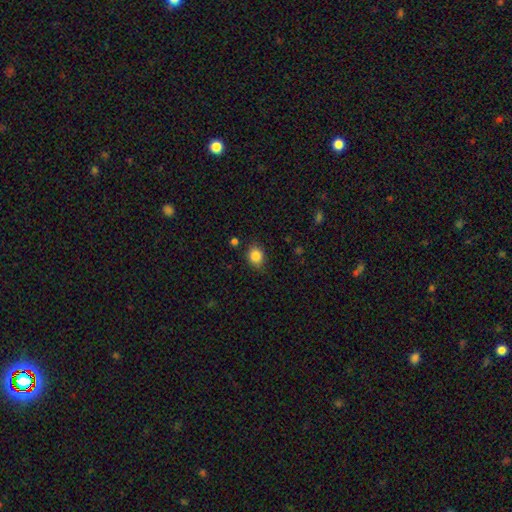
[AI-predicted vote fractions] smooth 86%, star or artifact 10%, featured or disk 5%. Down the decision tree: how rounded — round (58%); merging — none (80%).